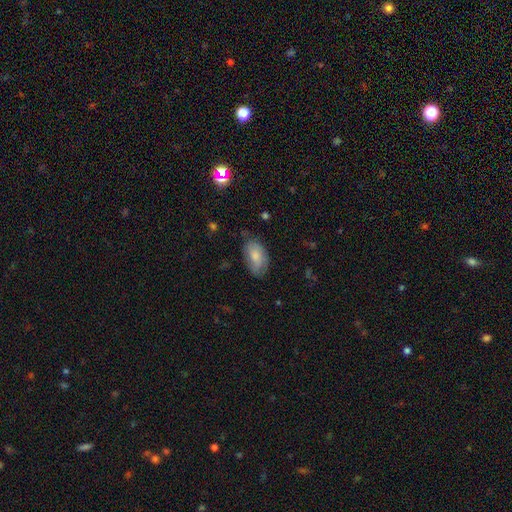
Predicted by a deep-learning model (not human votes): Smooth or featured? smooth (75%)
How rounded? in between (93%)
Merging? none (64%)